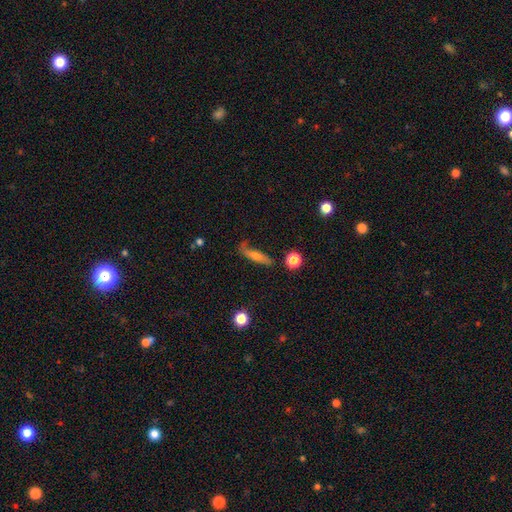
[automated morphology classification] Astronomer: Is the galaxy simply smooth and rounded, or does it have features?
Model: smooth — 49% (runner-up: featured or disk, 41%).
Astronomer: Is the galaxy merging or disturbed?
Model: none — 61%.